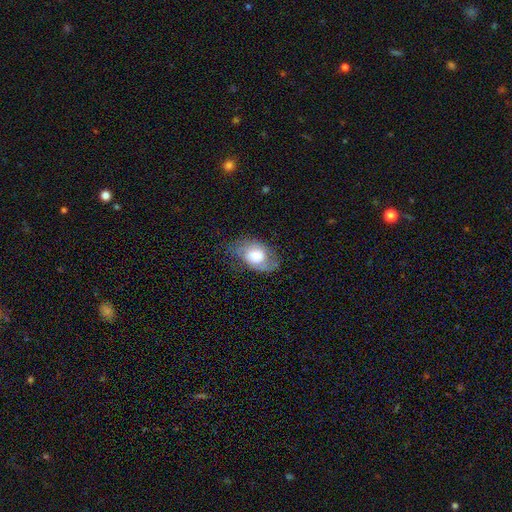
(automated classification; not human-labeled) Q: Smooth or featured?
A: featured or disk (47%); runner-up: smooth (45%)
Q: Merging?
A: none (50%); runner-up: minor disturbance (29%)